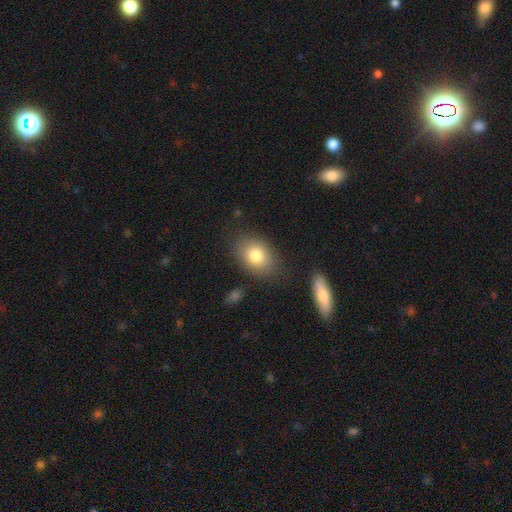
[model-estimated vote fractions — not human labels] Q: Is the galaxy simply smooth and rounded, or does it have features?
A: smooth — 80%.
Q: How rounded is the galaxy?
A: in between — 75%.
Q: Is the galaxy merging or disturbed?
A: none — 81%.